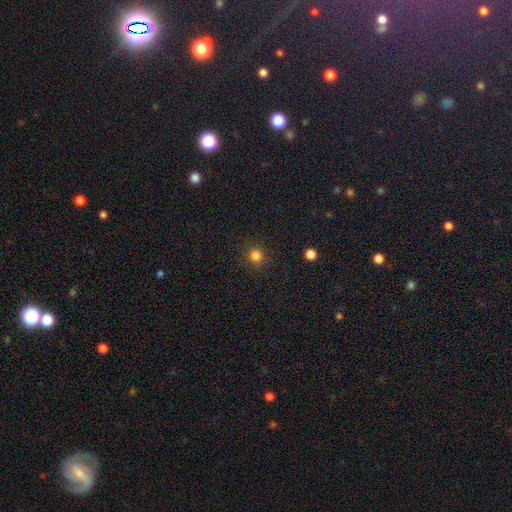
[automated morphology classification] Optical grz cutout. It shows a smooth galaxy with no disk features (82%) that is round (94%). Merging: none (90%).